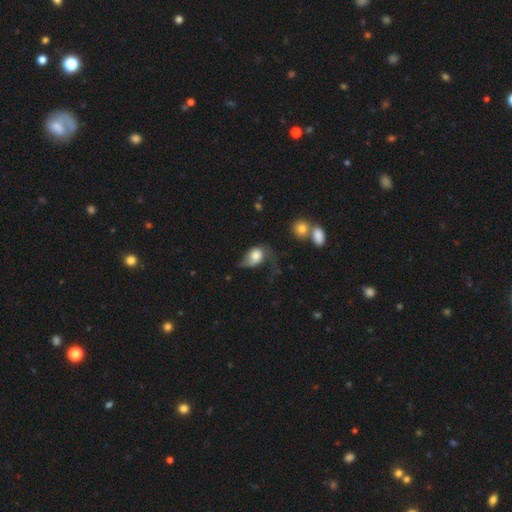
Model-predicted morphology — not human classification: smooth 61%, featured or disk 31%, star or artifact 8%. Down the decision tree: how rounded — in between (58%); merging — major disturbance (50%).